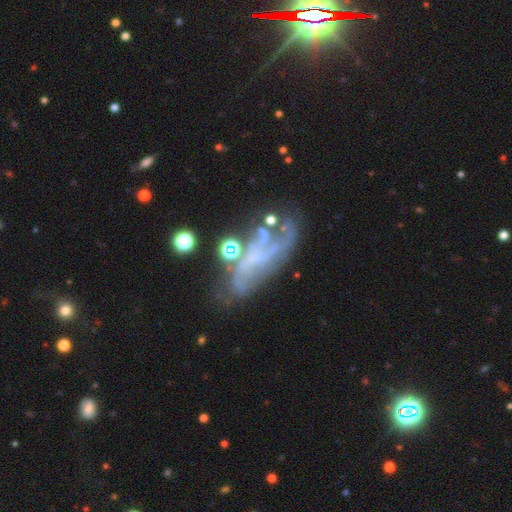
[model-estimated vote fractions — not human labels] The model was most divided on "merging": none: 41%, major disturbance: 27%, minor disturbance: 21%, merger: 11%. More confident: edge-on disk — no (90%); smooth or featured — featured or disk (67%); spiral arms — yes (66%); bar — no (65%); bulge size — none (63%).